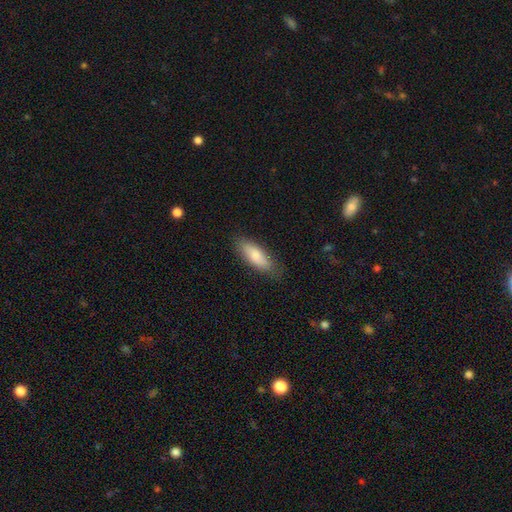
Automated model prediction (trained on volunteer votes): The model was most divided on "how rounded": in between: 68%, cigar-shaped: 30%, round: 2%. More confident: smooth or featured — smooth (81%); merging — none (80%).